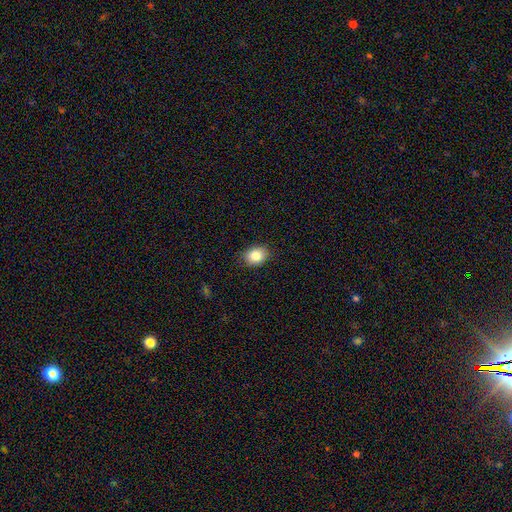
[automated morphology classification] type=smooth (84%); roundness=in between (61%); merging=none (86%).